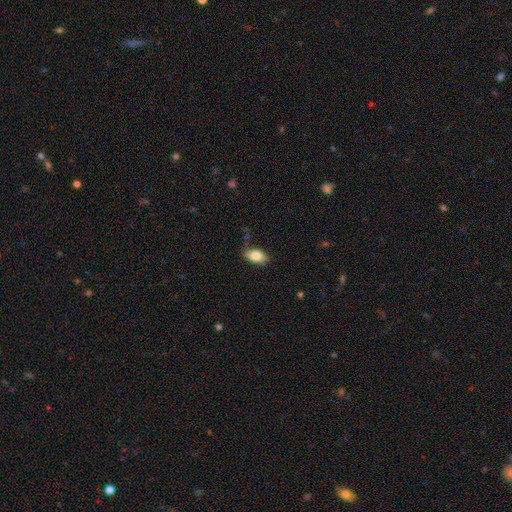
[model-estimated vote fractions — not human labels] A smooth galaxy with no disk features (81%) that is in between round and cigar-shaped (90%).

Vote fractions:
- Smooth or featured? smooth: 81% / featured or disk: 12% / star or artifact: 7%
- How rounded? in between: 90% / round: 6% / cigar-shaped: 4%
- Merging? none: 79% / minor disturbance: 16% / major disturbance: 3% / merger: 2%